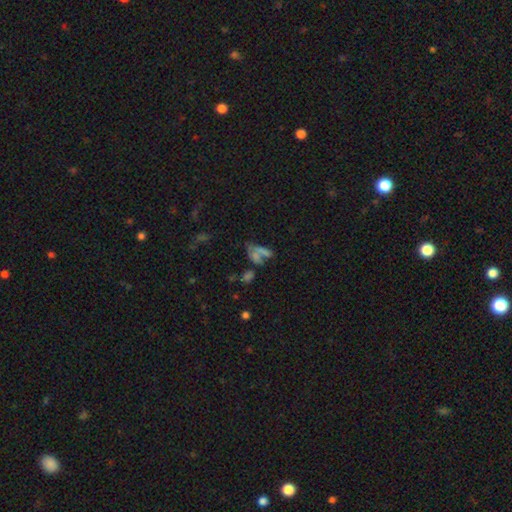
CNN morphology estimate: type=smooth (44%); merging=merger (42%).